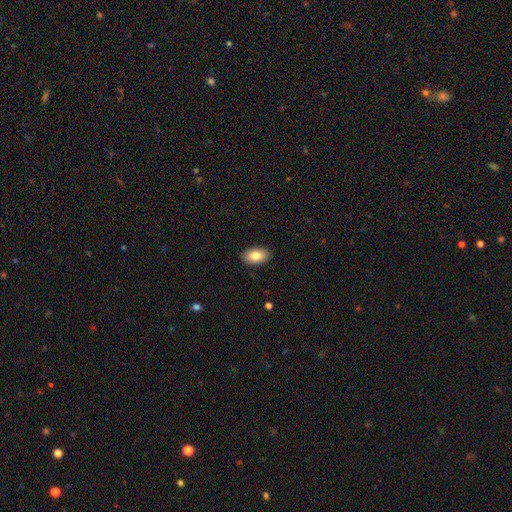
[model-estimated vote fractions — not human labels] This appears to be a smooth galaxy with no disk features (82%) that is in between round and cigar-shaped (93%). Merging: none (89%).